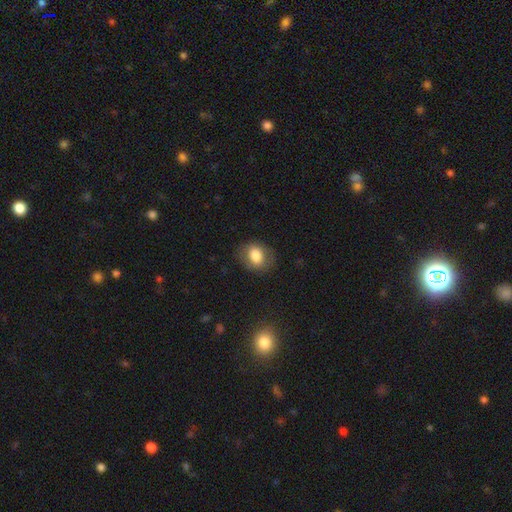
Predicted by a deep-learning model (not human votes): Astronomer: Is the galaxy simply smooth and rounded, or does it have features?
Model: smooth — 78%.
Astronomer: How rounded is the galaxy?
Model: in between — 61% (runner-up: round, 37%).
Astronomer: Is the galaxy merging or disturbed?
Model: none — 79%.